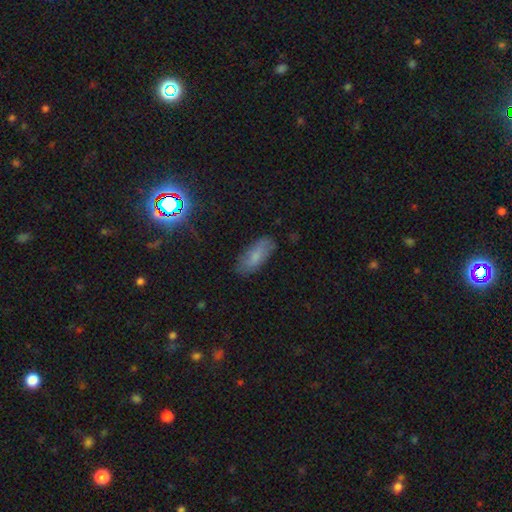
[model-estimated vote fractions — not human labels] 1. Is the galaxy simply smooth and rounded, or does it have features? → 71% smooth, 17% featured or disk, 11% star or artifact.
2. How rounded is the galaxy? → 81% in between, 17% cigar-shaped, 2% round.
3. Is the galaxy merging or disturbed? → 80% none, 16% minor disturbance, 4% major disturbance, 1% merger.